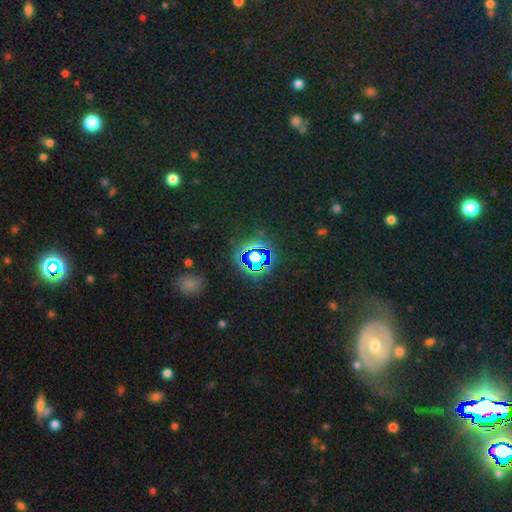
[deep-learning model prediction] Morphology: type=star or artifact (59%).